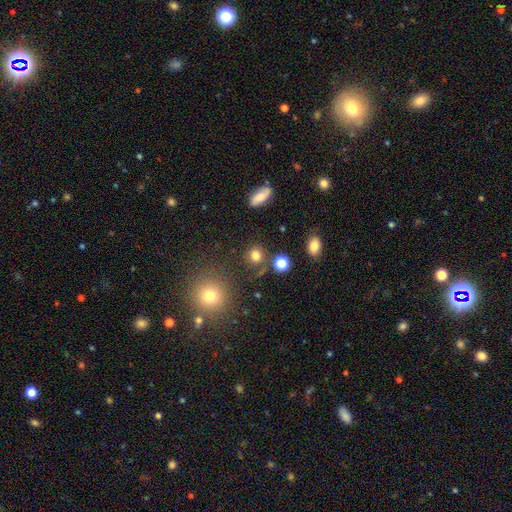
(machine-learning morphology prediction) smooth_or_featured: smooth (p=0.78) [alt: star or artifact p=0.15]
how_rounded: round (p=0.85) [alt: in between p=0.13]
merging: none (p=0.79) [alt: minor disturbance p=0.10]